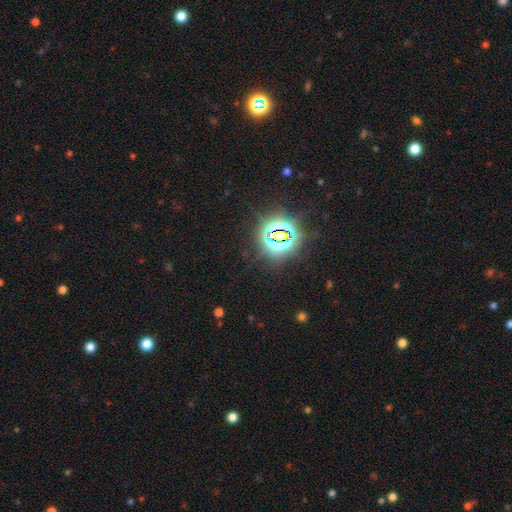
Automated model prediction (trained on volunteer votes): Morphology: type=star or artifact (82%).